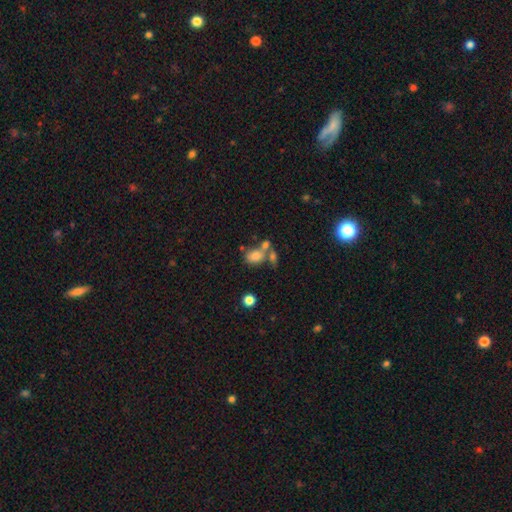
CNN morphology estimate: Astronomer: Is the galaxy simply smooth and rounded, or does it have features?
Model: smooth — 75%.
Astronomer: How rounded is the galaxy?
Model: in between — 67%.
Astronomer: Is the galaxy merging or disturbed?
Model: merger — 43% (runner-up: none, 39%).